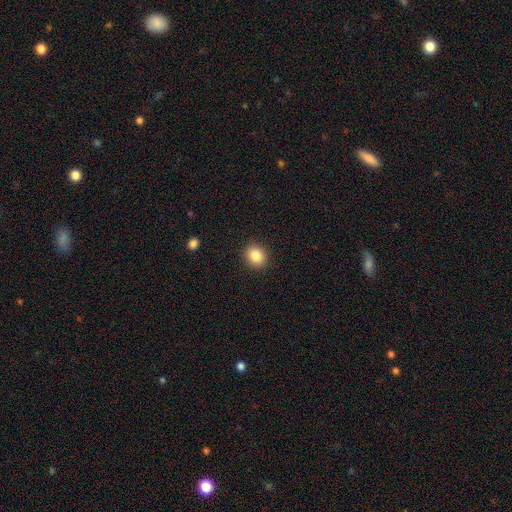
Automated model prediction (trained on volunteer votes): This is clearly a smooth galaxy (85%). How rounded: likely round (69%). Merging: clearly none (91%).